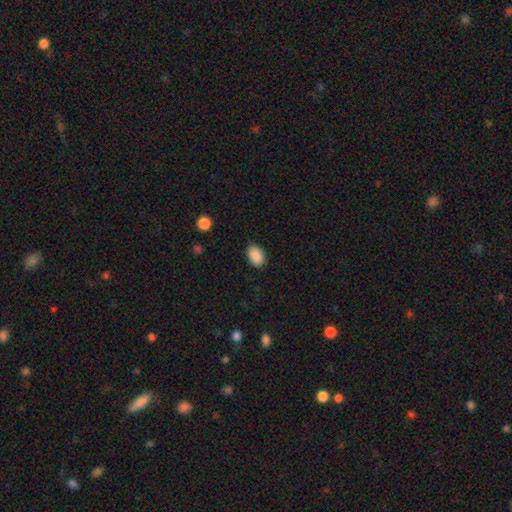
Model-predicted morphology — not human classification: smooth_or_featured: smooth (p=0.90) [alt: star or artifact p=0.07]
how_rounded: in between (p=0.85) [alt: round p=0.14]
merging: none (p=0.88) [alt: minor disturbance p=0.09]